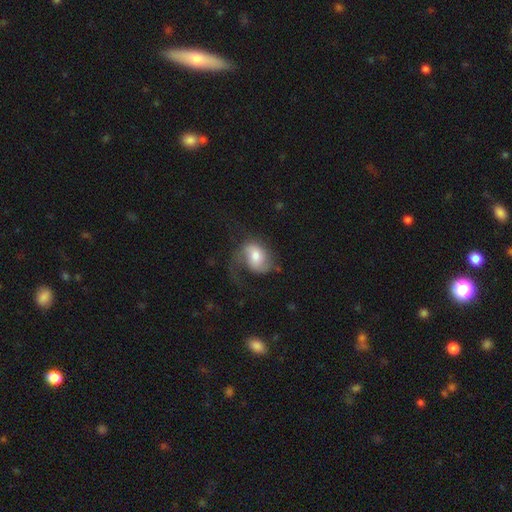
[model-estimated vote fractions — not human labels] A featured or disk galaxy (47%).

Vote fractions:
- Smooth or featured? featured or disk: 47% / smooth: 46% / star or artifact: 7%
- Merging? major disturbance: 41% / none: 35% / minor disturbance: 22% / merger: 2%